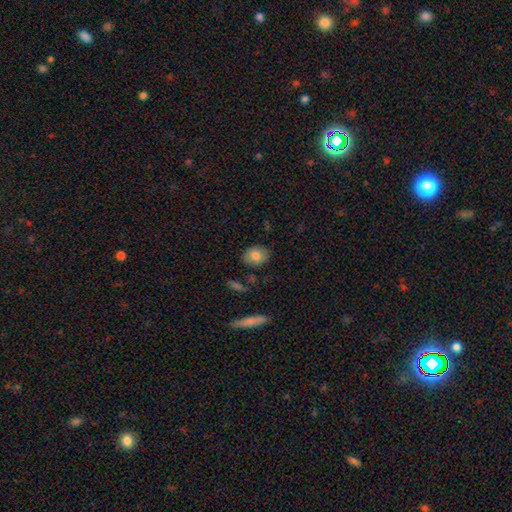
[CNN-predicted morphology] type=smooth (80%); roundness=in between (61%); merging=none (83%).